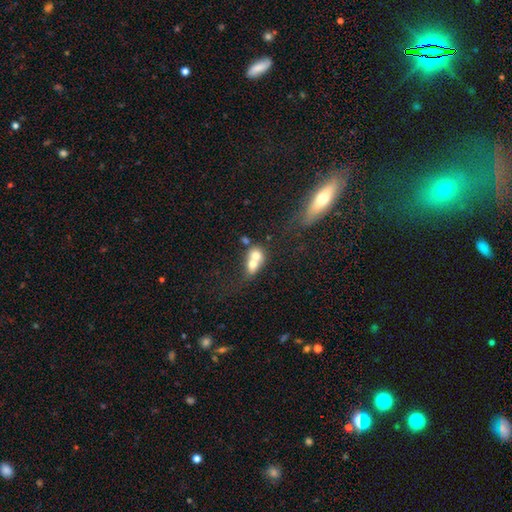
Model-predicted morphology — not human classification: This appears to be a smooth galaxy with no disk features (65%) that is round (50%). Merging: merger (75%).